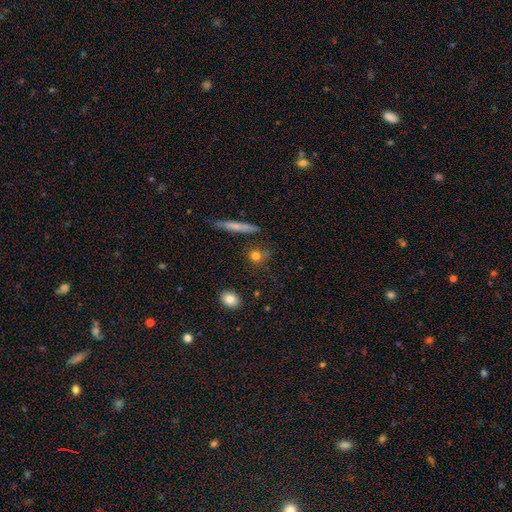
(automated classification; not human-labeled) Smooth or featured? smooth (77%)
How rounded? round (74%)
Merging? none (76%)